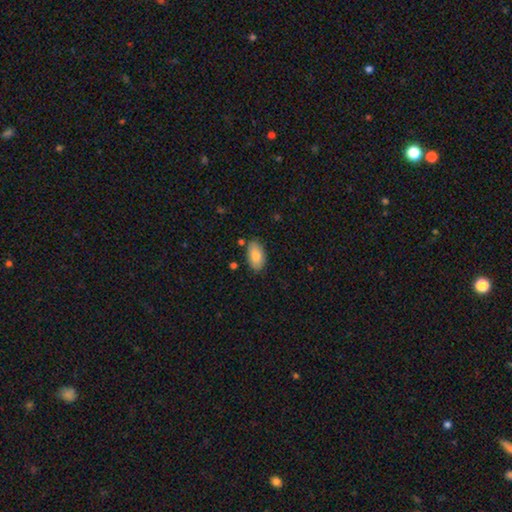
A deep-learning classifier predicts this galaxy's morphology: Q: Smooth or featured?
A: smooth (85%); runner-up: featured or disk (8%)
Q: How rounded?
A: in between (94%); runner-up: round (3%)
Q: Merging?
A: none (80%); runner-up: minor disturbance (14%)